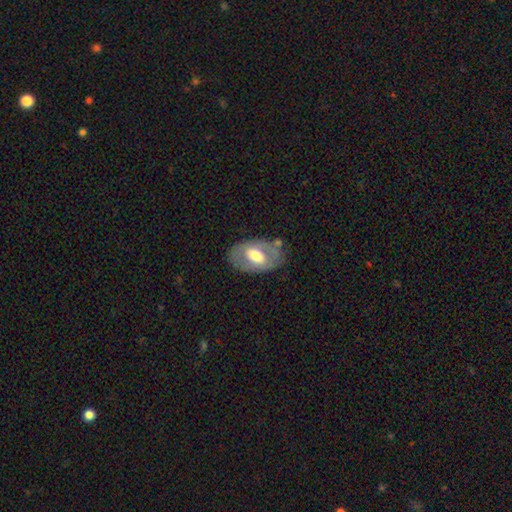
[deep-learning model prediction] Smooth or featured?
  - smooth: 49% *
  - featured or disk: 46%
  - star or artifact: 6%
Merging?
  - none: 68% *
  - minor disturbance: 20%
  - major disturbance: 8%
  - merger: 4%